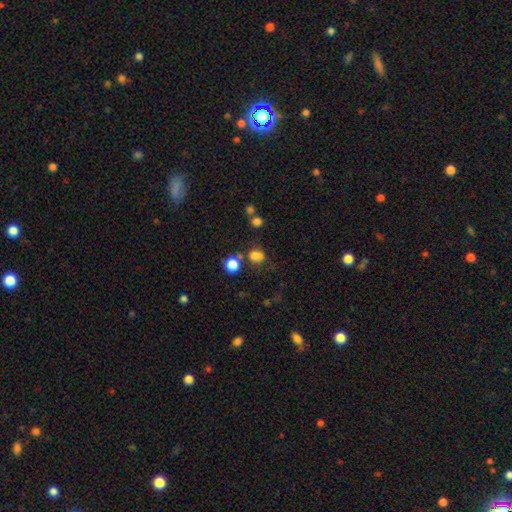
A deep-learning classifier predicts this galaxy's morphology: The model was most divided on "how rounded": round: 57%, in between: 42%, cigar-shaped: 1%. More confident: smooth or featured — smooth (73%); merging — none (57%).